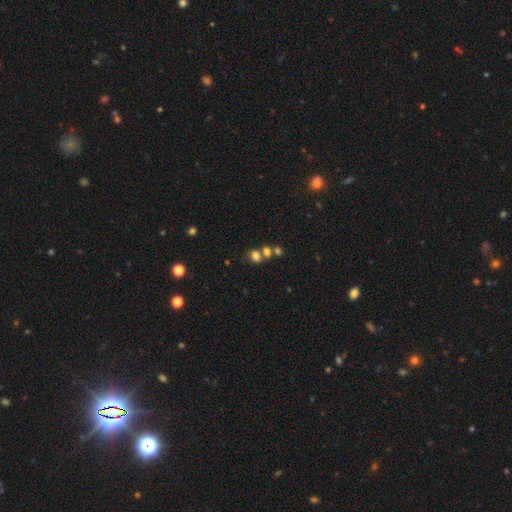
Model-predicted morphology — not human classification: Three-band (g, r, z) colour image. It shows a smooth galaxy with no disk features (75%) that is in between round and cigar-shaped (55%). Merging: none (47%).